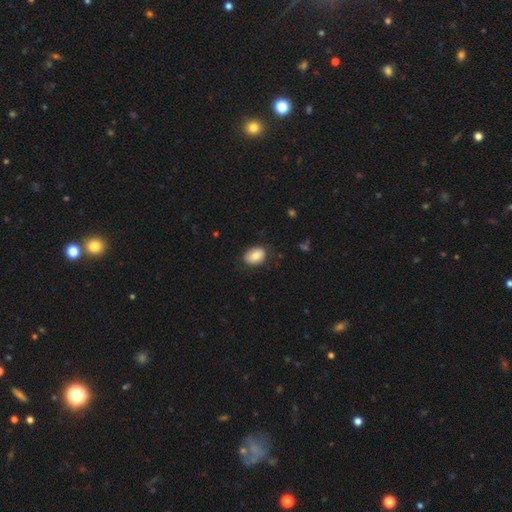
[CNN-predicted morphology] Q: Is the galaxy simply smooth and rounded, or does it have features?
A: smooth — 82%.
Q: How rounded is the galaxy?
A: in between — 68%.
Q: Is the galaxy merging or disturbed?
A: none — 82%.